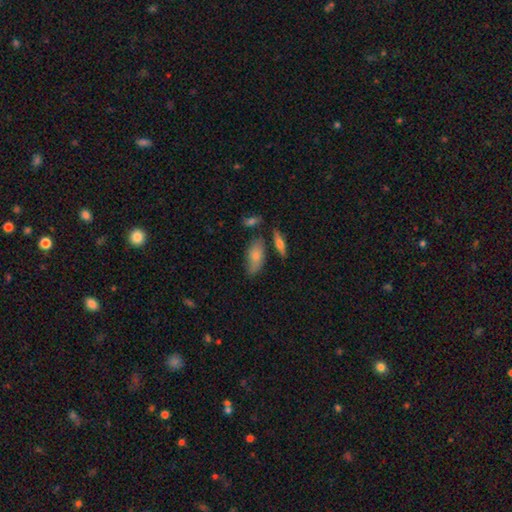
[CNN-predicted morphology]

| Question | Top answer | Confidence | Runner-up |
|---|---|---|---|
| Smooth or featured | smooth | 73% | featured or disk (20%) |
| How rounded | in between | 84% | cigar-shaped (13%) |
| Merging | none | 65% | minor disturbance (21%) |